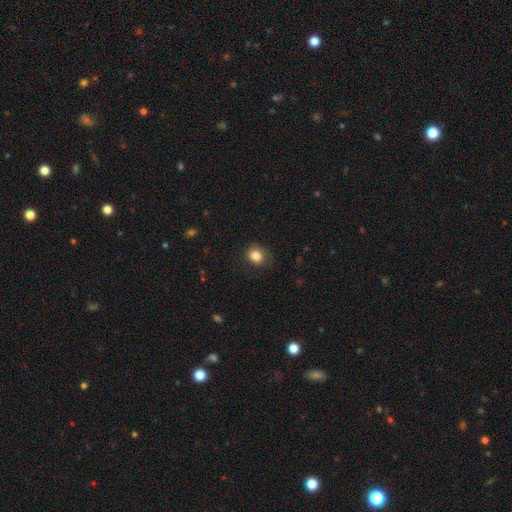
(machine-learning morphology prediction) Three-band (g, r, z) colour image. It shows a smooth galaxy with no disk features (84%) that is round (74%). Merging: none (78%).